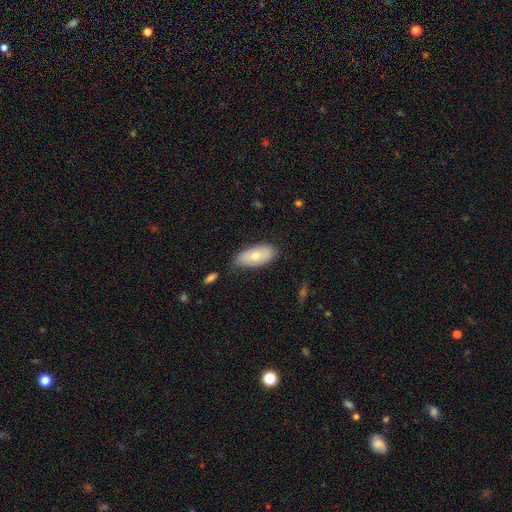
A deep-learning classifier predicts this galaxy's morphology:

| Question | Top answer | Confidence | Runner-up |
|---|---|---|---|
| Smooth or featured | smooth | 70% | featured or disk (24%) |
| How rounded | in between | 92% | cigar-shaped (5%) |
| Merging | none | 67% | minor disturbance (25%) |